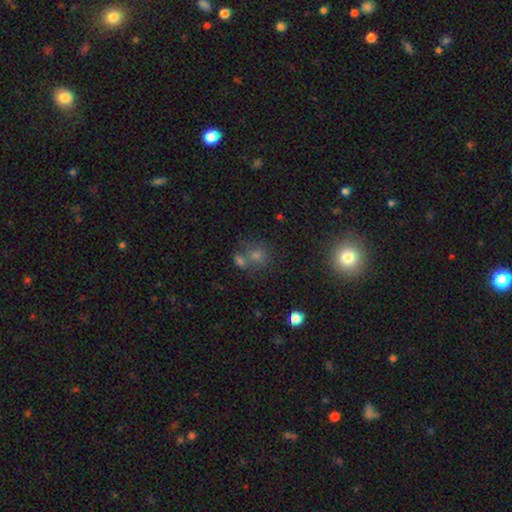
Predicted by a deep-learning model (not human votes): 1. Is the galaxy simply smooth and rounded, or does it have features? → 62% smooth, 27% star or artifact, 12% featured or disk.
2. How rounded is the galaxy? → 84% round, 15% in between, 1% cigar-shaped.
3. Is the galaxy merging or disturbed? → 60% none, 27% merger, 8% minor disturbance, 4% major disturbance.